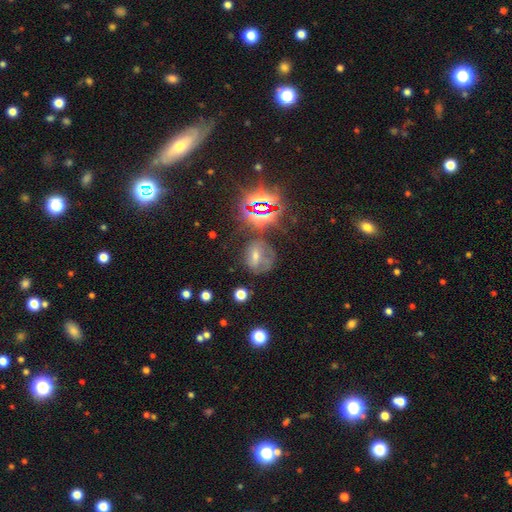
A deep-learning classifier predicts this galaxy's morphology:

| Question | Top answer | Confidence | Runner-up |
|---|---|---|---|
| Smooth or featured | star or artifact | 46% | featured or disk (30%) |